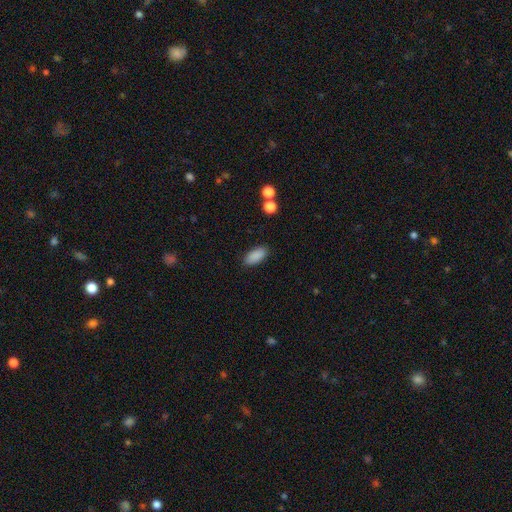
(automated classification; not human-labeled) Morphology: type=smooth (88%); roundness=in between (87%); merging=none (89%).